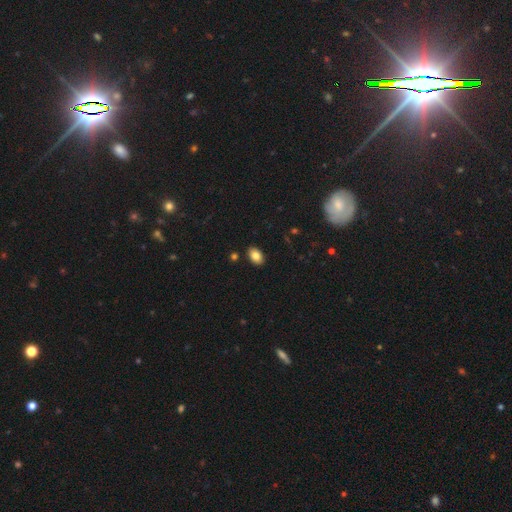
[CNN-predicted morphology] The model was most divided on "smooth or featured": smooth: 84%, star or artifact: 9%, featured or disk: 8%. More confident: how rounded — in between (89%); merging — none (88%).